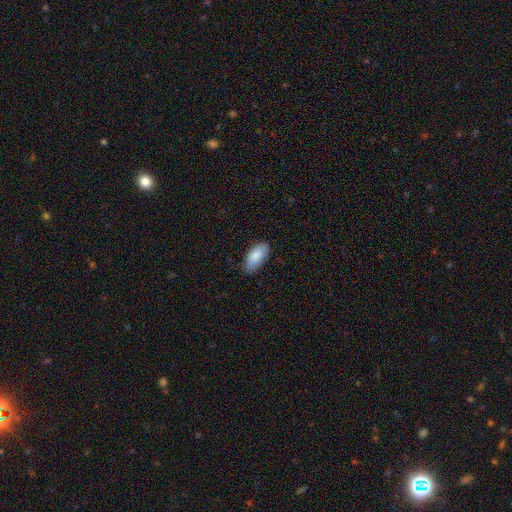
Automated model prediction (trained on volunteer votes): Morphology: type=smooth (88%); roundness=in between (91%); merging=none (79%).